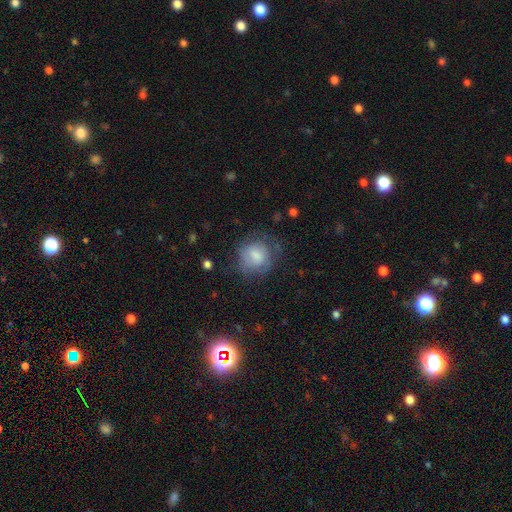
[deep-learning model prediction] Q: Smooth or featured?
A: smooth (70%); runner-up: featured or disk (22%)
Q: How rounded?
A: round (80%); runner-up: in between (19%)
Q: Merging?
A: none (56%); runner-up: minor disturbance (25%)